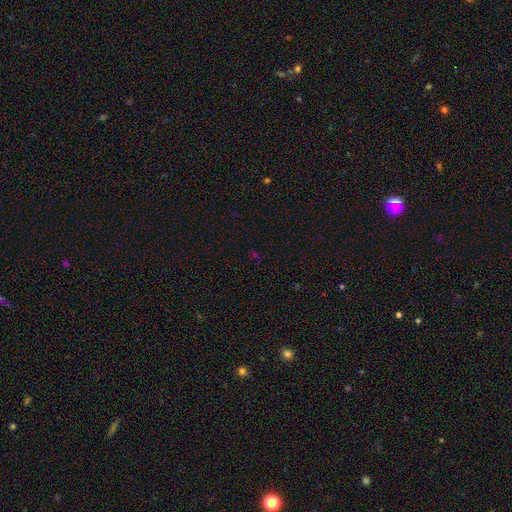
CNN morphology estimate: Smooth or featured: star or artifact — 63% (smooth — 29%)